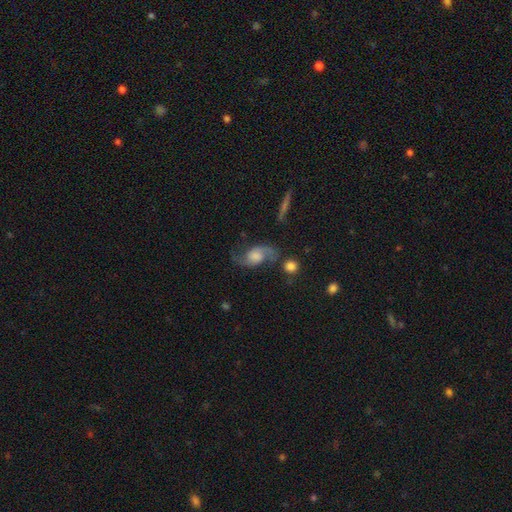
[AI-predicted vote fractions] Overall: featured or disk (78%). Edge-on disk: no (95%). Bar: no (64%; weak 30%). Spiral arms: yes (95%). Spiral arm count: 2 (92%). Spiral winding: loose (62%; medium 30%). Bulge size: large (35%; moderate 32%). Merging: none (65%).